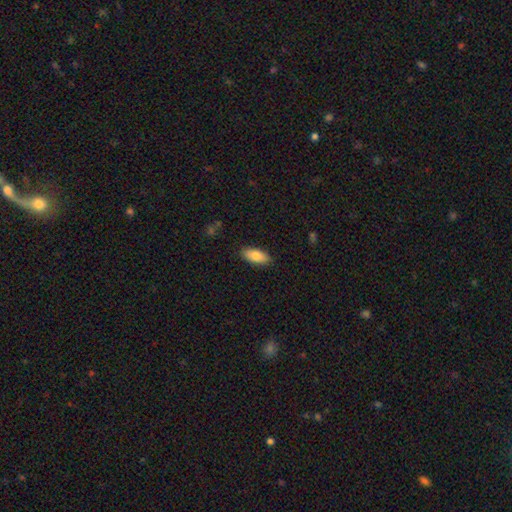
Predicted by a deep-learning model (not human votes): The model was most divided on "smooth or featured": smooth: 84%, featured or disk: 10%, star or artifact: 6%. More confident: merging — none (87%); how rounded — in between (86%).